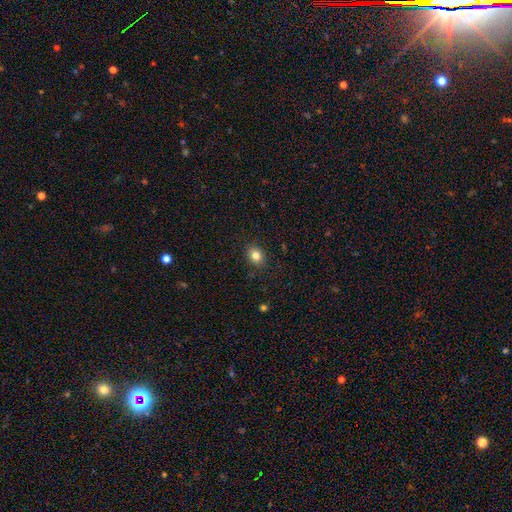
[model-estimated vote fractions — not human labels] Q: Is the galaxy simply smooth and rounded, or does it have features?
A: smooth — 82%.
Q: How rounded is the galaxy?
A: round — 50%.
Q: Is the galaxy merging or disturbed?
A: none — 88%.